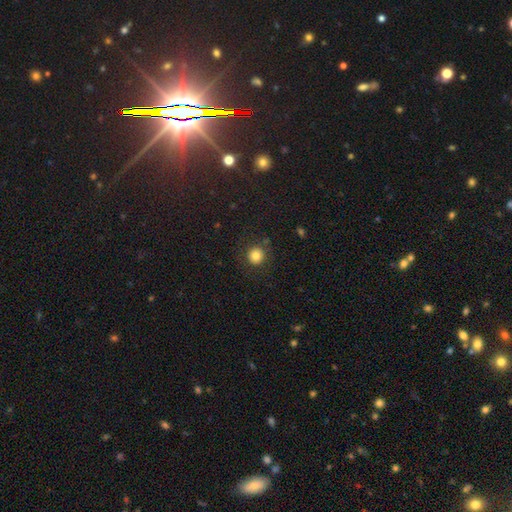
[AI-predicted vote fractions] The model was most divided on "smooth or featured": smooth: 81%, star or artifact: 12%, featured or disk: 7%. More confident: how rounded — round (92%); merging — none (86%).